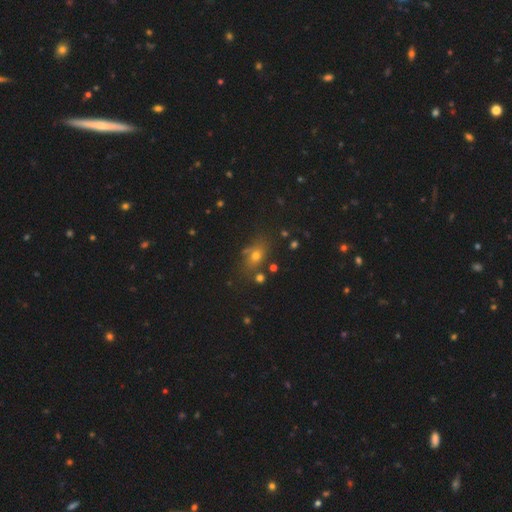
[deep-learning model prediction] smooth 64%, star or artifact 22%, featured or disk 14%. Down the decision tree: how rounded — in between (63%); merging — none (74%).